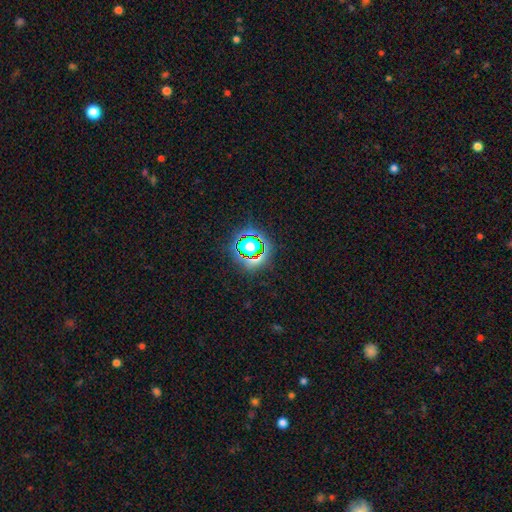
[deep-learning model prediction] Smooth or featured?
  - star or artifact: 59% *
  - smooth: 30%
  - featured or disk: 11%